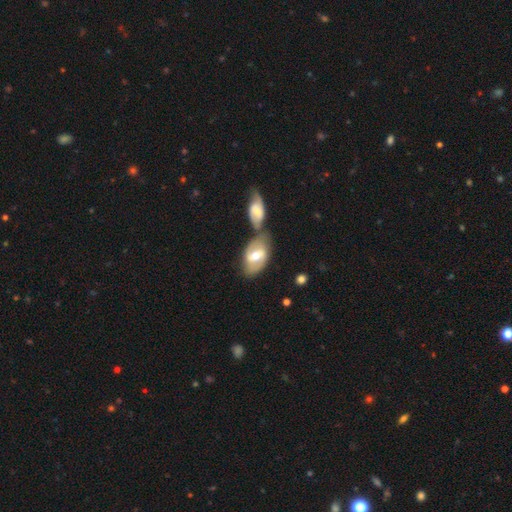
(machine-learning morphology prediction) Q: Smooth or featured?
A: featured or disk (58%); runner-up: smooth (36%)
Q: Edge-on disk?
A: no (92%); runner-up: yes (8%)
Q: Bar?
A: weak (46%); runner-up: strong (37%)
Q: Spiral arms?
A: yes (66%); runner-up: no (34%)
Q: Bulge size?
A: moderate (71%); runner-up: small (19%)
Q: Merging?
A: none (47%); runner-up: merger (35%)